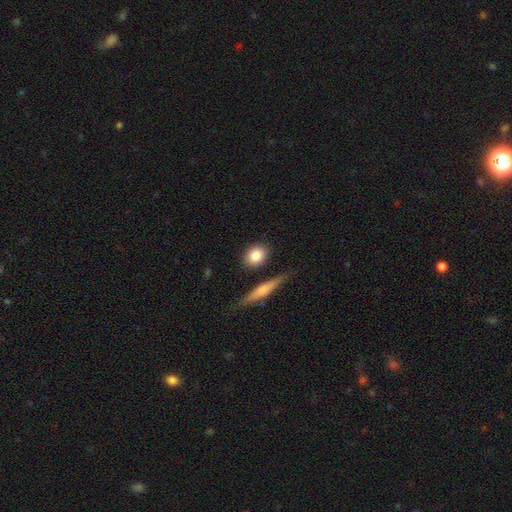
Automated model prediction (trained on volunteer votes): Smooth or featured? Predicted: smooth (p=0.83). How rounded? Predicted: round (p=0.51). Merging? Predicted: none (p=0.82).